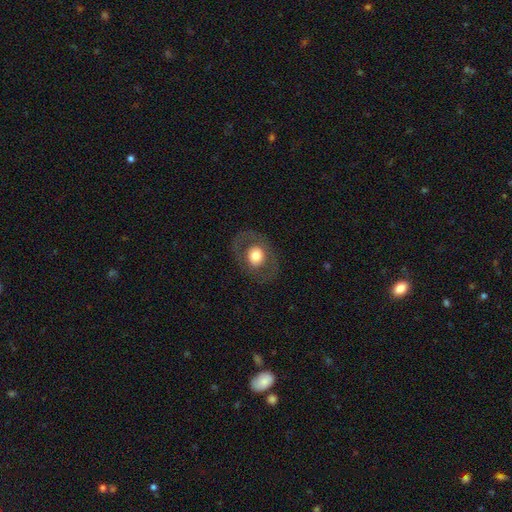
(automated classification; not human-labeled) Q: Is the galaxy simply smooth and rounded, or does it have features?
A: smooth — 56%.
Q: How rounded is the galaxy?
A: round — 53%.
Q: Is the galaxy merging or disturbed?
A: none — 79%.